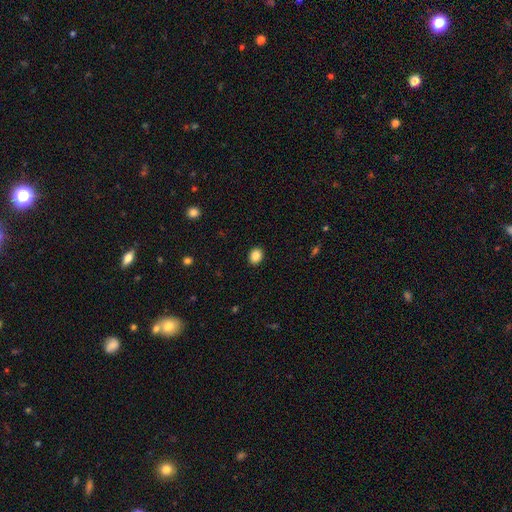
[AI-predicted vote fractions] Q: Smooth or featured?
A: smooth (86%); runner-up: star or artifact (10%)
Q: How rounded?
A: round (50%); runner-up: in between (49%)
Q: Merging?
A: none (91%); runner-up: minor disturbance (6%)